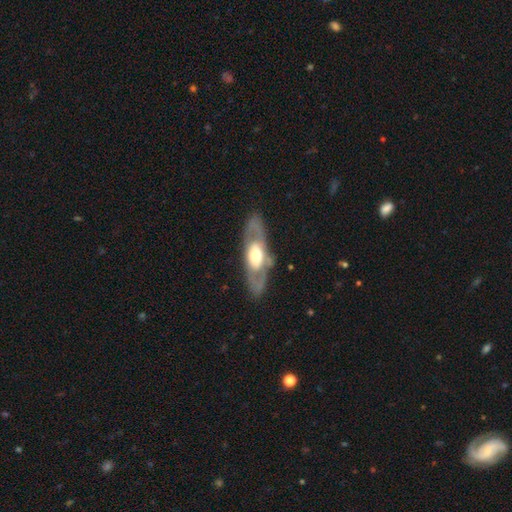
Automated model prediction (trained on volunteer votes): Smooth or featured?
  - featured or disk: 66% *
  - smooth: 29%
  - star or artifact: 5%
Edge-on disk?
  - no: 78% *
  - yes: 22%
Bar?
  - no: 75% *
  - weak: 17%
  - strong: 9%
Spiral arms?
  - no: 67% *
  - yes: 33%
Bulge size?
  - moderate: 55% *
  - large: 33%
  - small: 8%
  - dominant: 3%
  - none: 1%
Merging?
  - none: 77% *
  - minor disturbance: 14%
  - major disturbance: 7%
  - merger: 2%